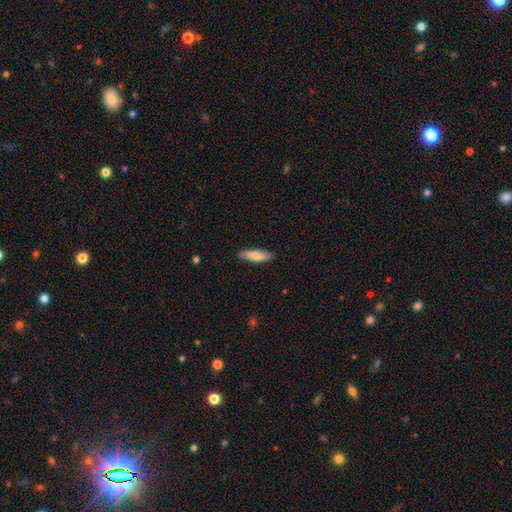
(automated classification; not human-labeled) A smooth galaxy with no disk features (80%) that is cigar-shaped (58%).

Vote fractions:
- Smooth or featured? smooth: 80% / featured or disk: 14% / star or artifact: 6%
- How rounded? cigar-shaped: 58% / in between: 41% / round: 2%
- Merging? none: 86% / minor disturbance: 11% / major disturbance: 2% / merger: 1%